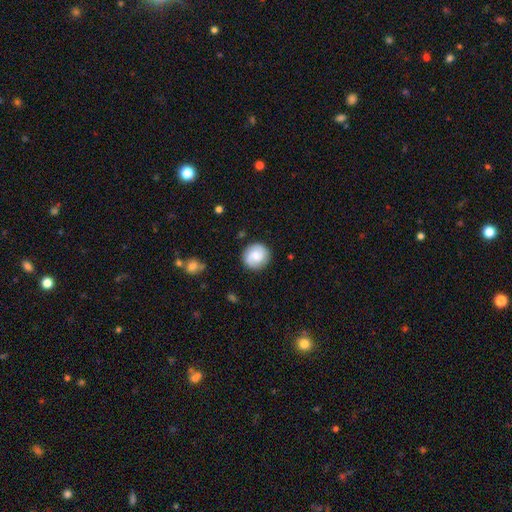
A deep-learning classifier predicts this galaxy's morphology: smooth 49%, featured or disk 44%, star or artifact 7%. Down the decision tree: merging — none (85%).